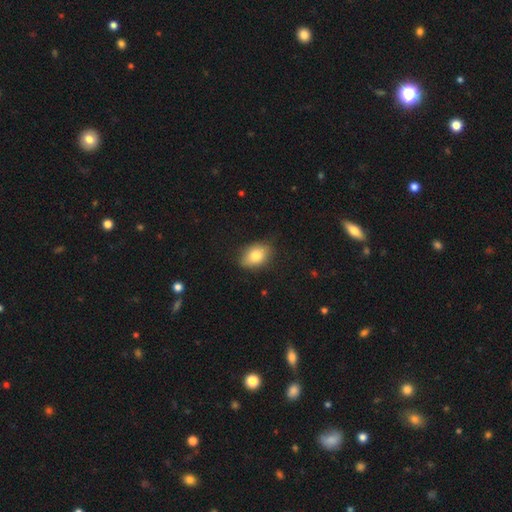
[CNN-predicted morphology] smooth 79%, featured or disk 13%, star or artifact 8%. Down the decision tree: how rounded — in between (82%); merging — none (81%).